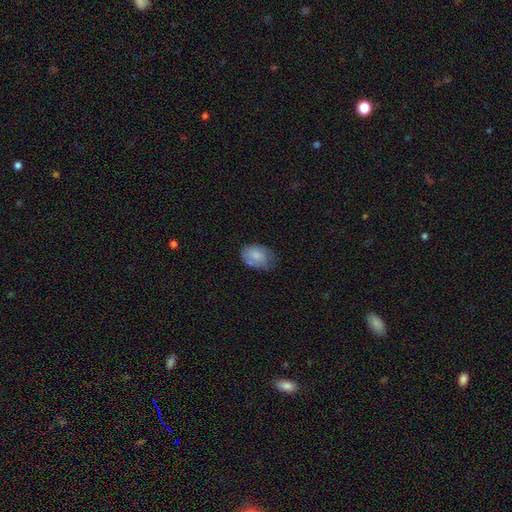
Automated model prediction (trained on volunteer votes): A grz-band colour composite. It shows a smooth galaxy with no disk features (81%) that is in between round and cigar-shaped (84%). Merging: none (57%).